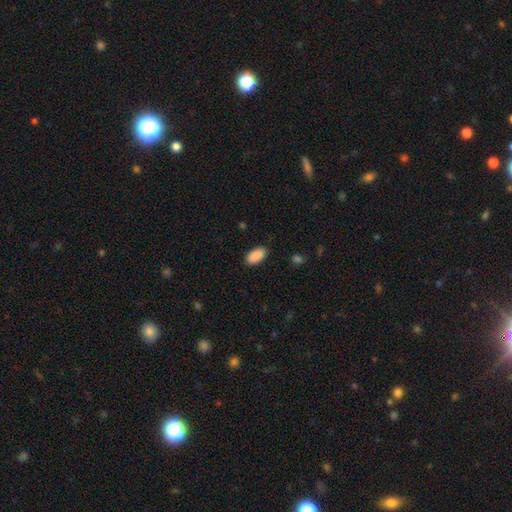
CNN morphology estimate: Smooth or featured: smooth — 91% (star or artifact — 6%)
How rounded: in between — 94% (cigar-shaped — 3%)
Merging: none — 87% (minor disturbance — 9%)